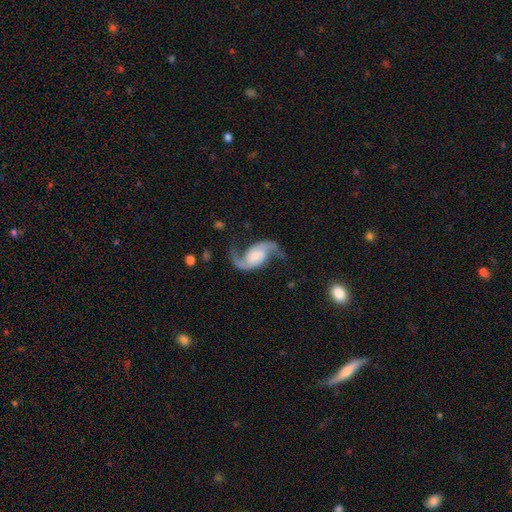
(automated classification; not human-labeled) The model was most divided on "bulge size": small: 33%, moderate: 24%, none: 22%, large: 17%, dominant: 5%. More confident: spiral arms — yes (98%); edge-on disk — no (98%); spiral arm count — 2 (94%); smooth or featured — featured or disk (91%); merging — none (74%); spiral winding — loose (70%); bar — no (55%).